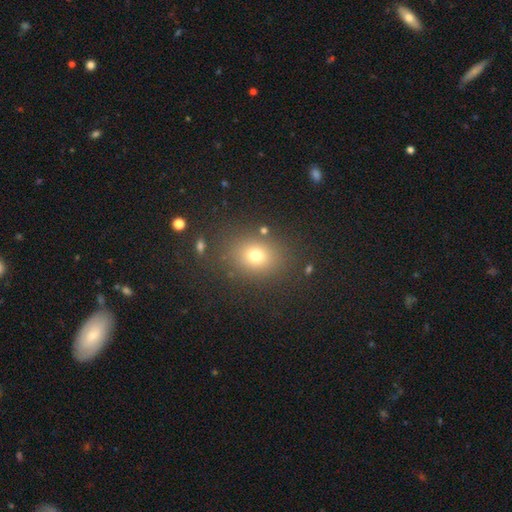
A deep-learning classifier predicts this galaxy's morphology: A smooth galaxy with no disk features (74%) that is round (53%). Merging: none (83%).